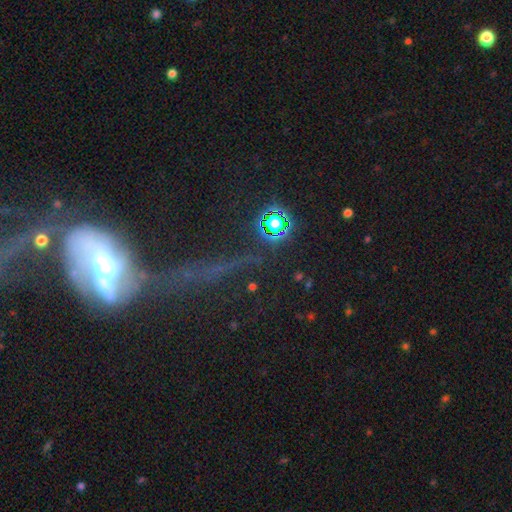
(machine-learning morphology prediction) This is possibly a featured or disk galaxy (50%). Merging: marginally none (37%).